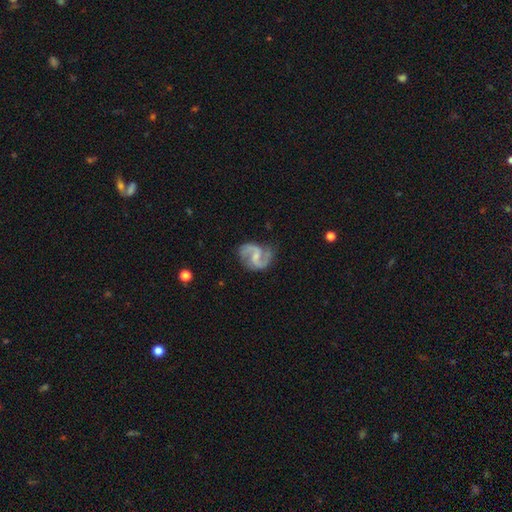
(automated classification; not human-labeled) Morphology: type=featured or disk (89%); edge-on=no (98%); bar=weak (56%); spiral arms=yes (97%); winding=medium (53%); arm count=2 (93%); bulge=small (47%); merging=none (73%).